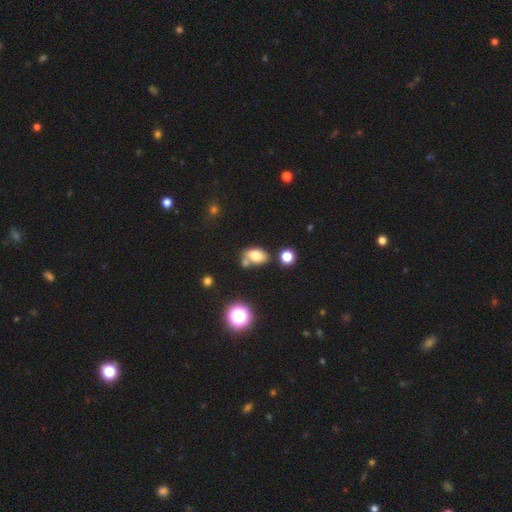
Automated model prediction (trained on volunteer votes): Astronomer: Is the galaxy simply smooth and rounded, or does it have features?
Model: smooth — 76%.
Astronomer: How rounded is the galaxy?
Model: in between — 84%.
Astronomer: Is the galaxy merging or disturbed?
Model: none — 54%.